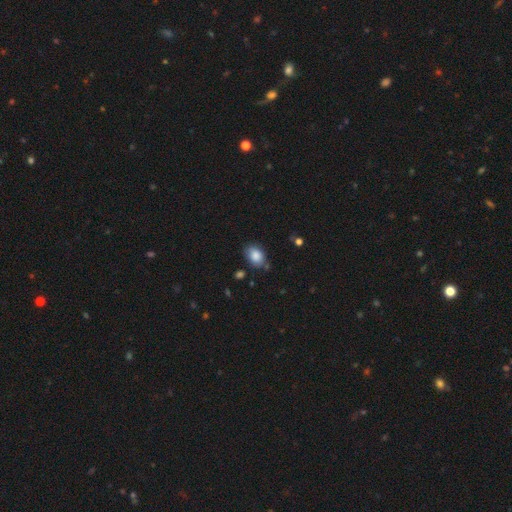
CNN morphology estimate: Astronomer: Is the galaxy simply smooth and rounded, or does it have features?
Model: smooth — 85%.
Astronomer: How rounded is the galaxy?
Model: in between — 75%.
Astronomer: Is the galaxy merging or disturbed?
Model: none — 74%.